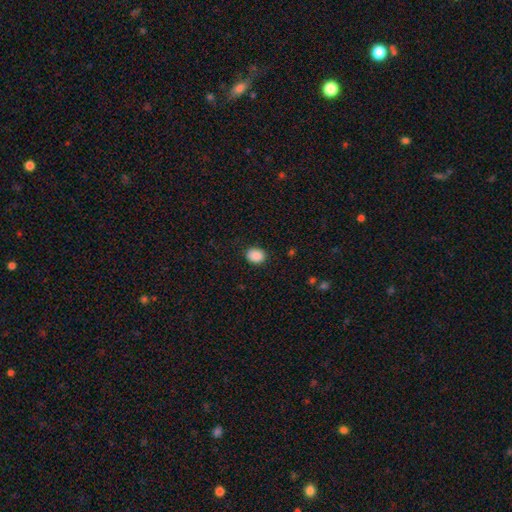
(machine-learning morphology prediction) smooth_or_featured: smooth (p=0.89) [alt: star or artifact p=0.08]
how_rounded: in between (p=0.50) [alt: round p=0.49]
merging: none (p=0.88) [alt: minor disturbance p=0.08]